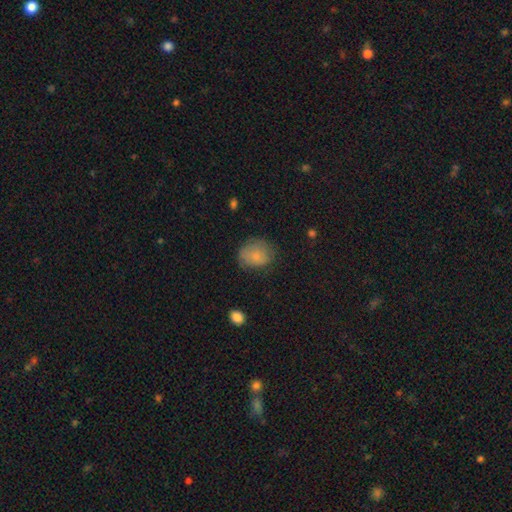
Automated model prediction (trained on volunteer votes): A smooth galaxy with no disk features (77%) that is round (59%). Merging: none (65%).